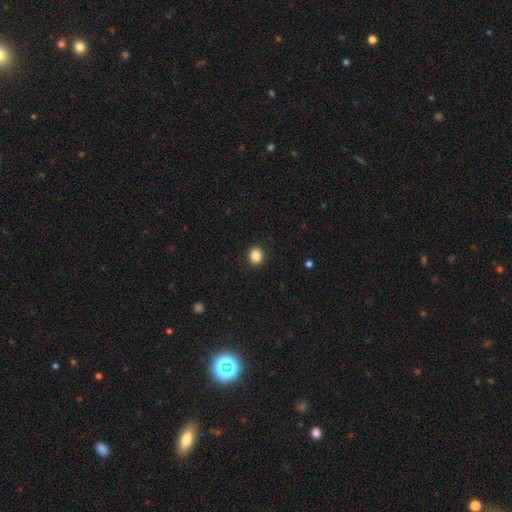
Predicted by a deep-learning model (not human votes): Smooth or featured?
  - smooth: 86% *
  - star or artifact: 10%
  - featured or disk: 4%
How rounded?
  - round: 67% *
  - in between: 32%
  - cigar-shaped: 1%
Merging?
  - none: 89% *
  - minor disturbance: 8%
  - major disturbance: 2%
  - merger: 1%